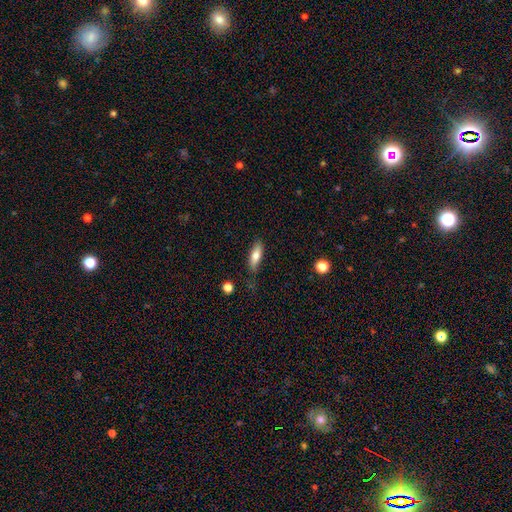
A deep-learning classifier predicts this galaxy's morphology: Q: Smooth or featured?
A: smooth (75%); runner-up: featured or disk (18%)
Q: How rounded?
A: in between (62%); runner-up: cigar-shaped (36%)
Q: Merging?
A: none (71%); runner-up: minor disturbance (21%)